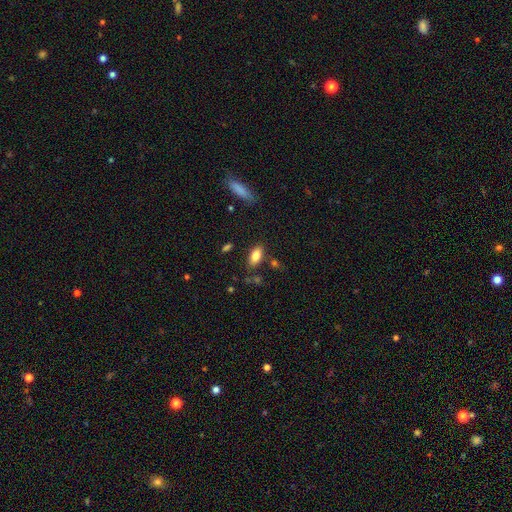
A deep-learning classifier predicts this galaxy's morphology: Q: Smooth or featured?
A: smooth (81%); runner-up: featured or disk (11%)
Q: How rounded?
A: in between (89%); runner-up: cigar-shaped (7%)
Q: Merging?
A: none (80%); runner-up: minor disturbance (12%)